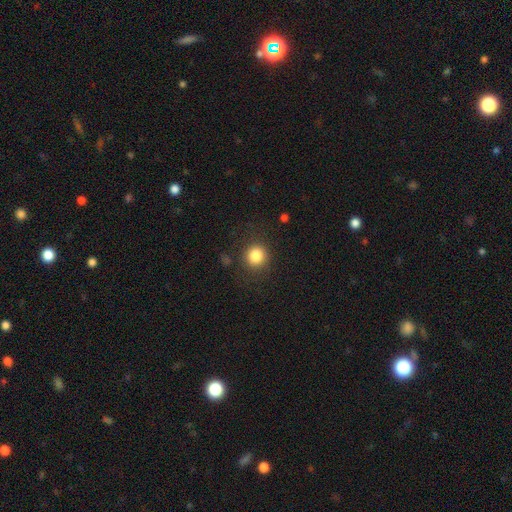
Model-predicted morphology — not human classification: A smooth galaxy with no disk features (84%) that is round (89%).

Vote fractions:
- Smooth or featured? smooth: 84% / star or artifact: 11% / featured or disk: 5%
- How rounded? round: 89% / in between: 11% / cigar-shaped: 1%
- Merging? none: 85% / minor disturbance: 9% / major disturbance: 4% / merger: 2%